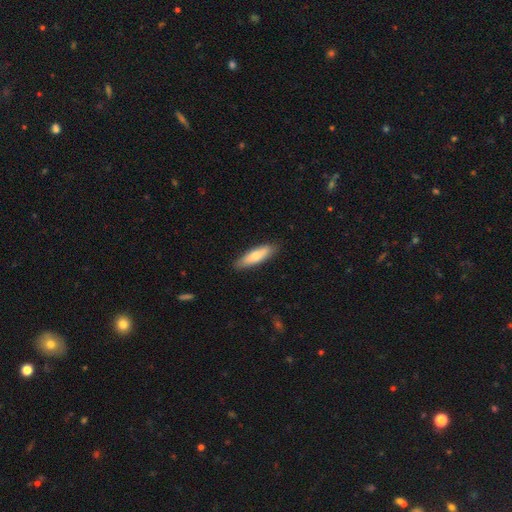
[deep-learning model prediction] Smooth or featured?
  - smooth: 70% *
  - featured or disk: 24%
  - star or artifact: 5%
How rounded?
  - cigar-shaped: 62% *
  - in between: 36%
  - round: 2%
Merging?
  - none: 87% *
  - minor disturbance: 10%
  - major disturbance: 2%
  - merger: 1%